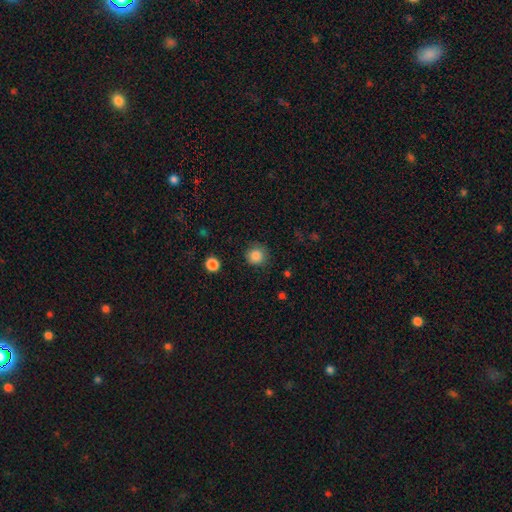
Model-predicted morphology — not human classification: smooth-or-featured: smooth: 86% | star or artifact: 11% | featured or disk: 4%
  how-rounded: round: 91% | in between: 8% | cigar-shaped: 1%
  merging: none: 84% | minor disturbance: 11% | major disturbance: 3% | merger: 1%